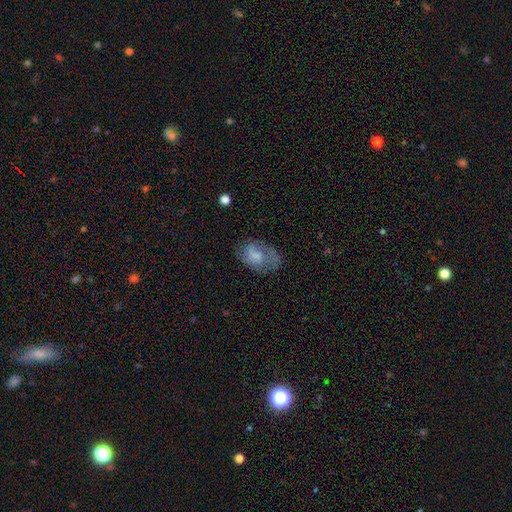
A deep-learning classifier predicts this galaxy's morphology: The model was most divided on "smooth or featured": smooth: 54%, featured or disk: 37%, star or artifact: 8%. More confident: how rounded — in between (85%); merging — none (51%).